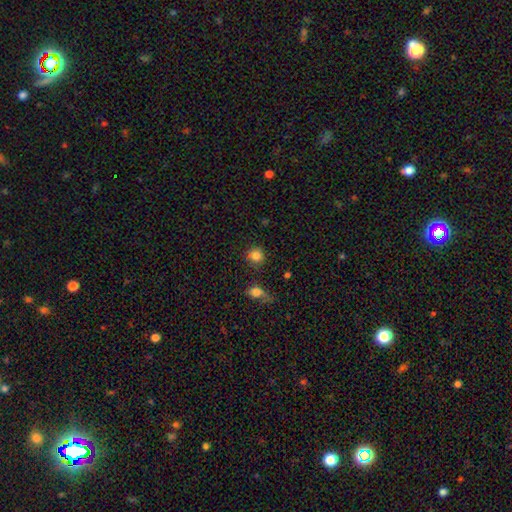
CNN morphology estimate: The model was most divided on "merging": none: 81%, minor disturbance: 10%, merger: 5%, major disturbance: 3%. More confident: how rounded — round (88%); smooth or featured — smooth (83%).